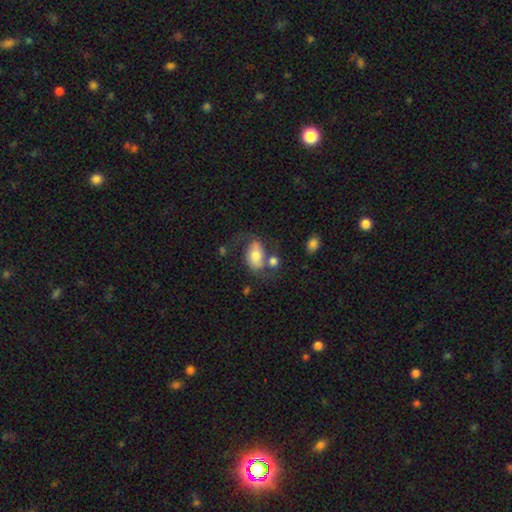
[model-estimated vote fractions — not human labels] The model was most divided on "smooth or featured": smooth: 52%, featured or disk: 40%, star or artifact: 8%. Remaining: how rounded — in between (84%); merging — none (41%).